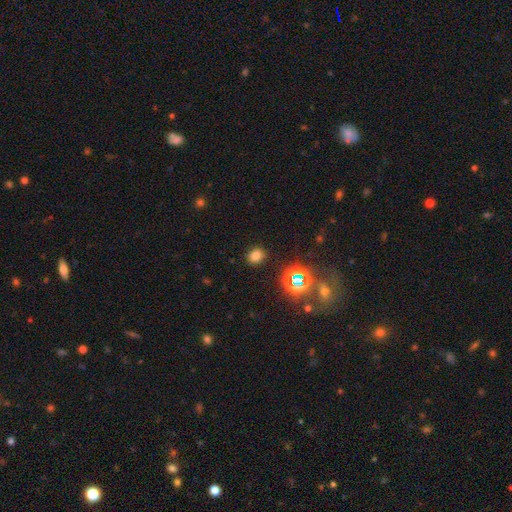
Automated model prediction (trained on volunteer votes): Overall: smooth (72%). How rounded: round (60%; in between 39%). Merging: none (87%).